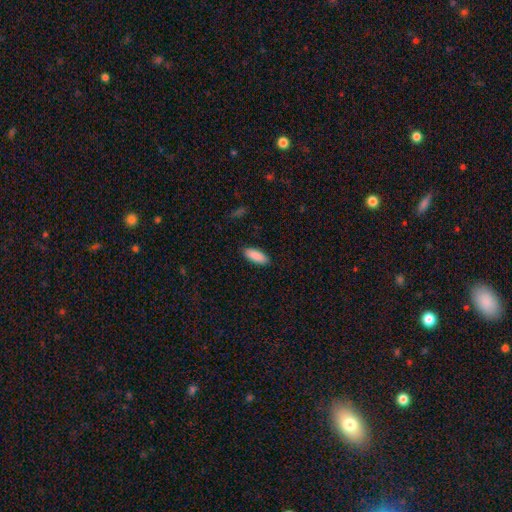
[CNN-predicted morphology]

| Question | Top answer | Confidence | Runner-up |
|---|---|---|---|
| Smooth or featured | smooth | 90% | star or artifact (6%) |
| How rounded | in between | 76% | cigar-shaped (23%) |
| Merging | none | 89% | minor disturbance (8%) |